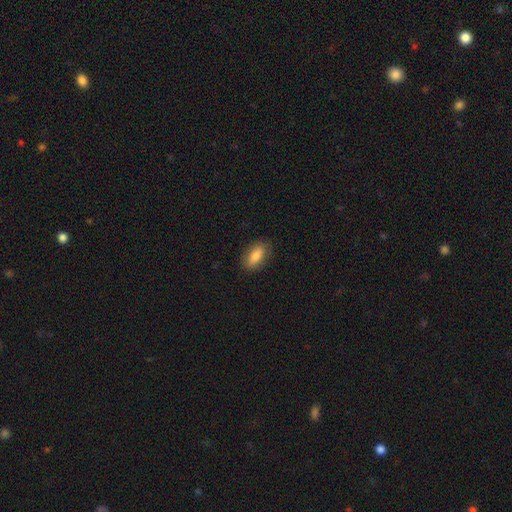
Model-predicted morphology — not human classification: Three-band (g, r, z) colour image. It shows a smooth galaxy with no disk features (84%) that is in between round and cigar-shaped (86%). Merging: none (85%).